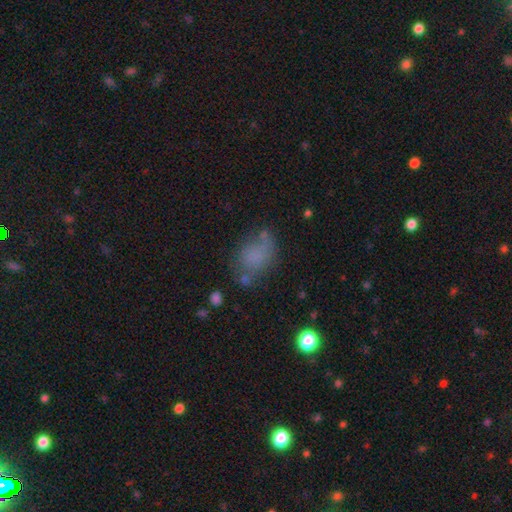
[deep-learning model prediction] A smooth galaxy with no disk features (69%) that is in between round and cigar-shaped (71%). Merging: none (54%).